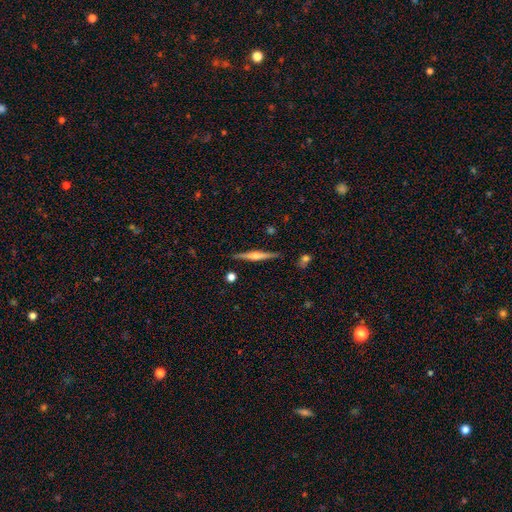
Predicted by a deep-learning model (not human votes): A featured or disk galaxy (70%) viewed edge-on (98%) with a rounded central bulge (82%).

Vote fractions:
- Smooth or featured? featured or disk: 70% / smooth: 24% / star or artifact: 6%
- Edge-on disk? yes: 98% / no: 2%
- Edge-on bulge? rounded: 82% / boxy: 10% / none: 8%
- Merging? none: 89% / minor disturbance: 7% / major disturbance: 2% / merger: 2%